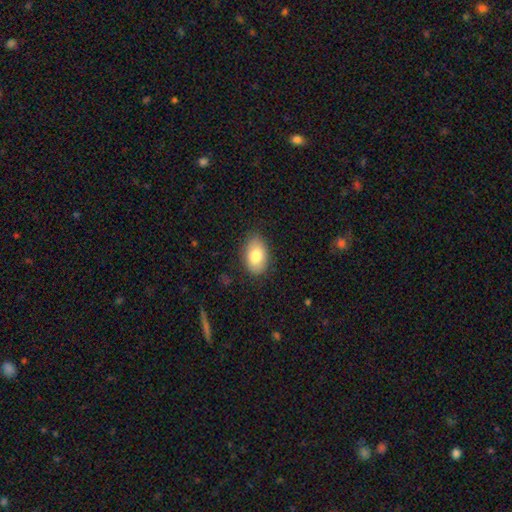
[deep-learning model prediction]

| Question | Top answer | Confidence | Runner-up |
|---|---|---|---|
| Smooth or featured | smooth | 80% | featured or disk (13%) |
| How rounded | in between | 89% | round (10%) |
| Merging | none | 83% | minor disturbance (13%) |